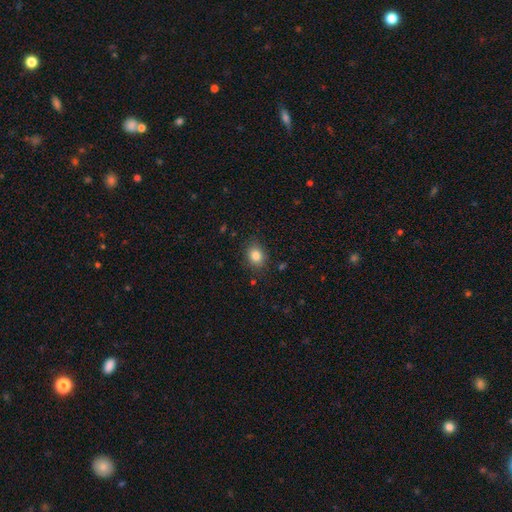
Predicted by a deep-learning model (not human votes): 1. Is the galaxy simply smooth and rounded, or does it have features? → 84% smooth, 10% star or artifact, 6% featured or disk.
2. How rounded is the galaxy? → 51% in between, 48% round, 1% cigar-shaped.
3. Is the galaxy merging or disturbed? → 85% none, 11% minor disturbance, 3% major disturbance, 1% merger.